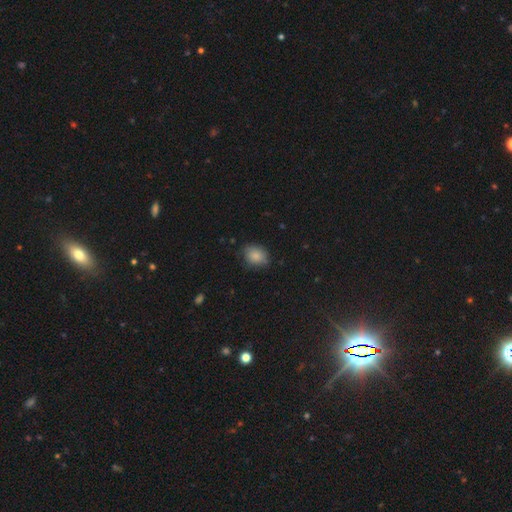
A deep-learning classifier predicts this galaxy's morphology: smooth-or-featured: smooth: 86% | star or artifact: 8% | featured or disk: 6%
  how-rounded: in between: 61% | round: 38% | cigar-shaped: 1%
  merging: none: 75% | minor disturbance: 20% | major disturbance: 4% | merger: 1%